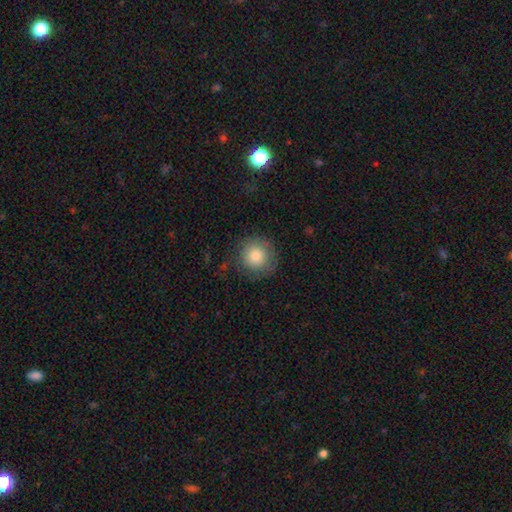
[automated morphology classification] A smooth galaxy with no disk features (82%) that is round (94%).

Vote fractions:
- Smooth or featured? smooth: 82% / featured or disk: 9% / star or artifact: 9%
- How rounded? round: 94% / in between: 5% / cigar-shaped: 1%
- Merging? none: 80% / minor disturbance: 13% / major disturbance: 5% / merger: 1%